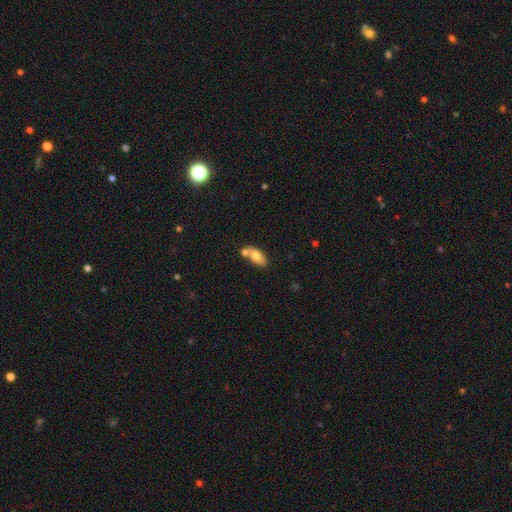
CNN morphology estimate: Smooth or featured?
  - smooth: 71% *
  - featured or disk: 21%
  - star or artifact: 7%
How rounded?
  - in between: 85% *
  - cigar-shaped: 11%
  - round: 5%
Merging?
  - none: 46% *
  - merger: 36%
  - minor disturbance: 14%
  - major disturbance: 4%